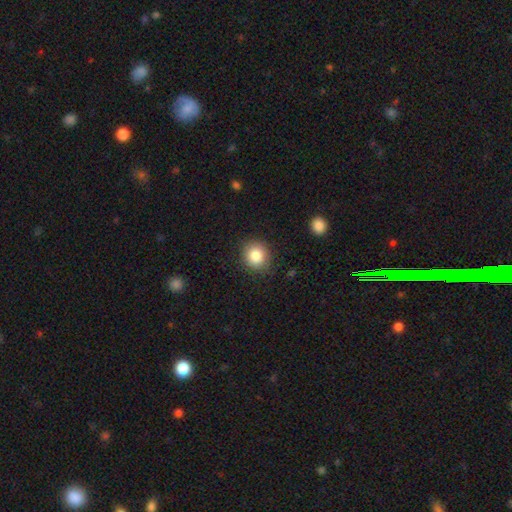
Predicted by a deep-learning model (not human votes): A smooth galaxy with no disk features (85%) that is round (83%).

Vote fractions:
- Smooth or featured? smooth: 85% / star or artifact: 9% / featured or disk: 6%
- How rounded? round: 83% / in between: 16% / cigar-shaped: 1%
- Merging? none: 87% / minor disturbance: 9% / major disturbance: 3% / merger: 1%